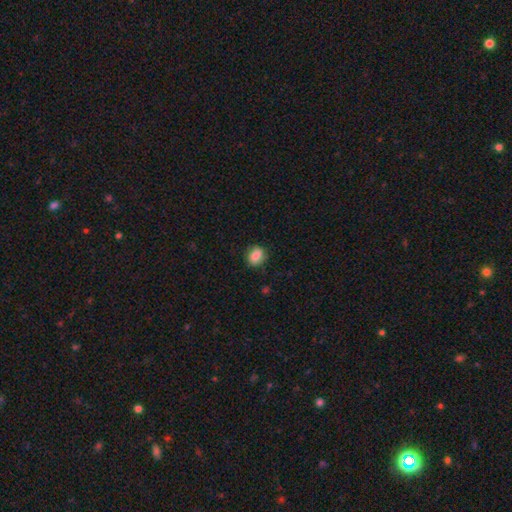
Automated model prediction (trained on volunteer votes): Q: Smooth or featured?
A: smooth (85%); runner-up: star or artifact (8%)
Q: How rounded?
A: in between (52%); runner-up: round (47%)
Q: Merging?
A: none (81%); runner-up: minor disturbance (15%)